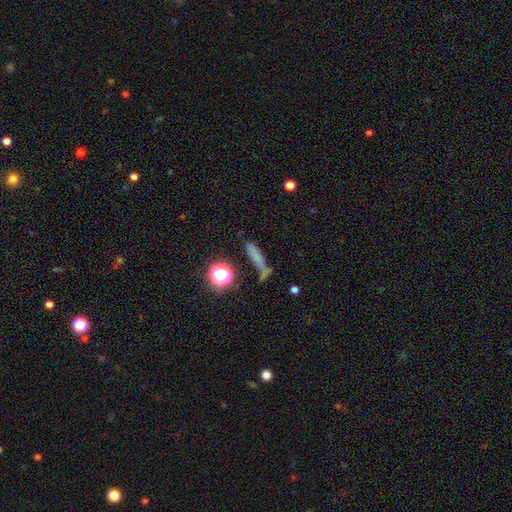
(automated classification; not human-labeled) Smooth or featured? smooth (62%)
How rounded? cigar-shaped (72%)
Merging? none (57%)